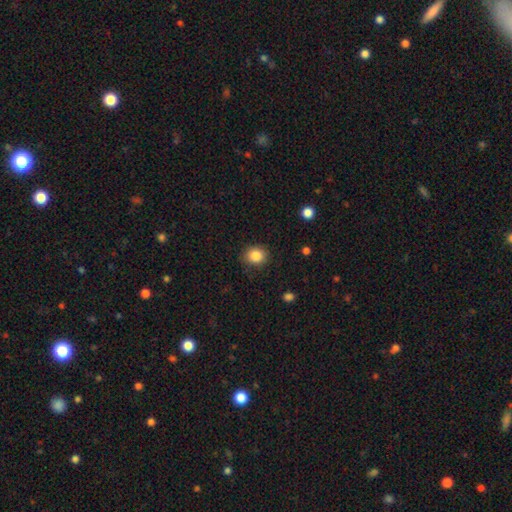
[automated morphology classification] A smooth galaxy with no disk features (85%) that is round (74%).

Vote fractions:
- Smooth or featured? smooth: 85% / star or artifact: 10% / featured or disk: 5%
- How rounded? round: 74% / in between: 25% / cigar-shaped: 1%
- Merging? none: 86% / minor disturbance: 11% / major disturbance: 3% / merger: 1%